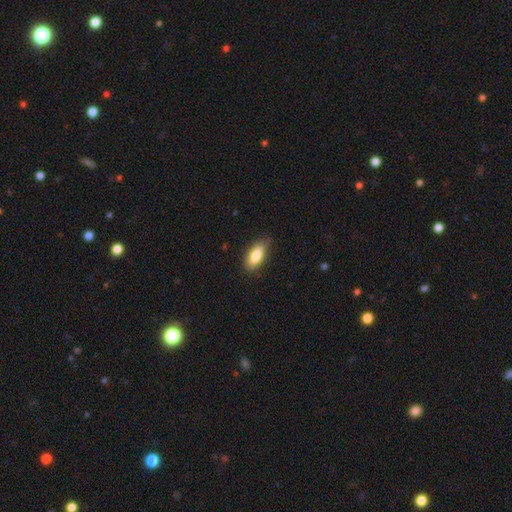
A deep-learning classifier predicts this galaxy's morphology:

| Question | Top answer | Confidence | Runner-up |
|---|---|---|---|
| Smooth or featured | smooth | 80% | featured or disk (13%) |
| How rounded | in between | 85% | cigar-shaped (13%) |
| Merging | none | 83% | minor disturbance (13%) |